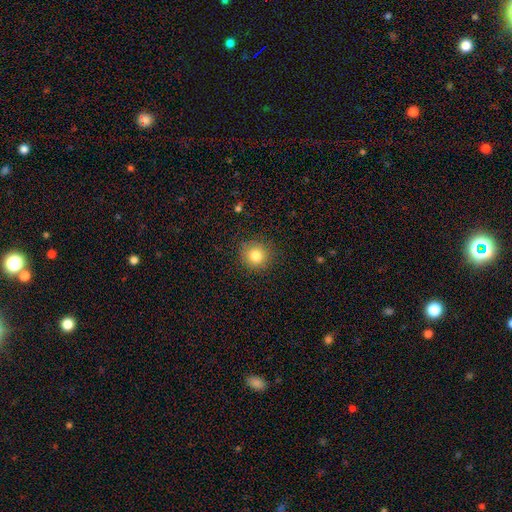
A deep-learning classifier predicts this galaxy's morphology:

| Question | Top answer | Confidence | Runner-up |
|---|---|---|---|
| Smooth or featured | smooth | 82% | star or artifact (11%) |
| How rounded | round | 91% | in between (8%) |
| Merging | none | 88% | minor disturbance (9%) |